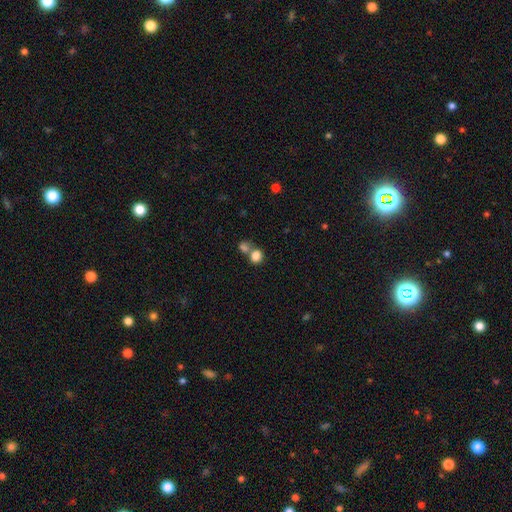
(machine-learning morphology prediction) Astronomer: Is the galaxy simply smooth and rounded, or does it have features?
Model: smooth — 83%.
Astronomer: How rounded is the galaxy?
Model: round — 69%.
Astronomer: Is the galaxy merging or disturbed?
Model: merger — 45% (runner-up: none, 43%).